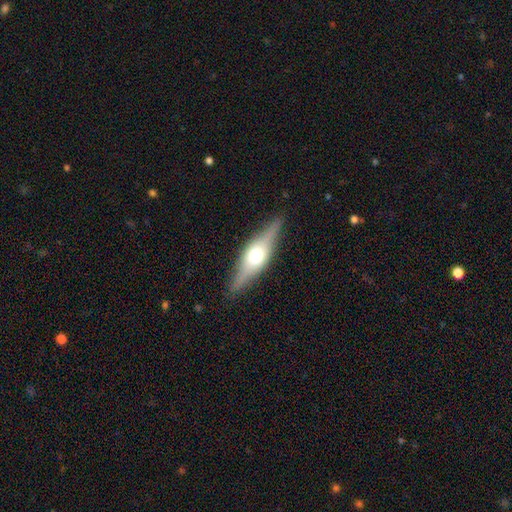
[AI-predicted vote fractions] smooth-or-featured: featured or disk: 65% | smooth: 29% | star or artifact: 6%
  disk-edge-on: yes: 94% | no: 6%
    edge-on-bulge: rounded: 89% | boxy: 9% | none: 2%
  merging: none: 86% | minor disturbance: 10% | major disturbance: 2% | merger: 1%